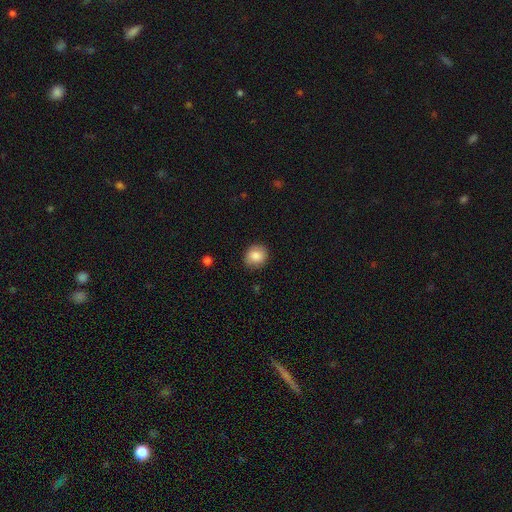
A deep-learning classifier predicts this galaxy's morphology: smooth-or-featured: smooth: 85% | star or artifact: 8% | featured or disk: 7%
  how-rounded: round: 76% | in between: 23% | cigar-shaped: 1%
  merging: none: 86% | minor disturbance: 11% | major disturbance: 2% | merger: 1%